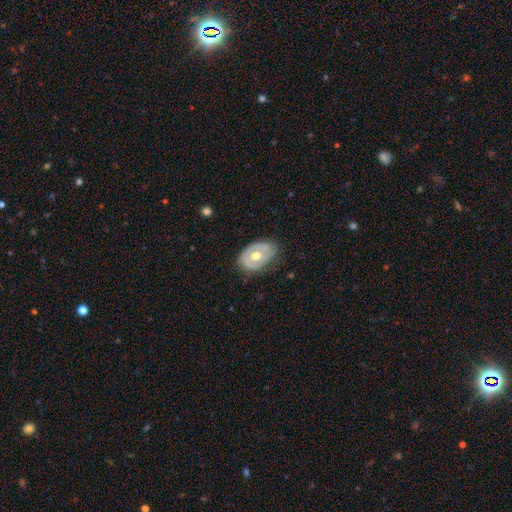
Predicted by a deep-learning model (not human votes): Smooth or featured: featured or disk — 61% (smooth — 33%)
Edge-on disk: no — 93% (yes — 7%)
Bar: no — 80% (weak — 16%)
Spiral arms: no — 62% (yes — 38%)
Bulge size: moderate — 78% (small — 13%)
Merging: none — 63% (minor disturbance — 28%)